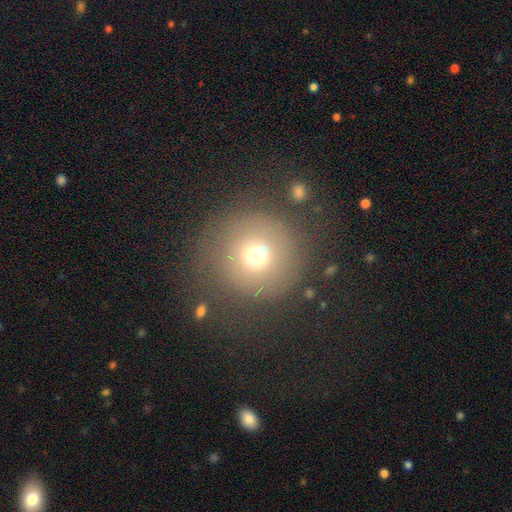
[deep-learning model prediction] smooth_or_featured: smooth (p=0.67) [alt: featured or disk p=0.17]
how_rounded: round (p=0.95) [alt: in between p=0.04]
merging: none (p=0.73) [alt: minor disturbance p=0.14]